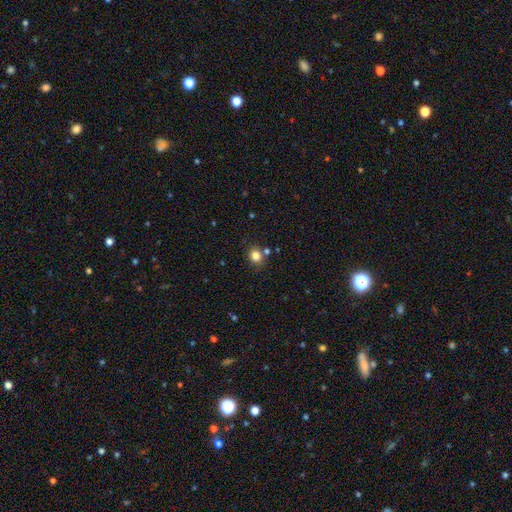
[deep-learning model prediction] Smooth or featured? Predicted: smooth (p=0.81). How rounded? Predicted: round (p=0.79). Merging? Predicted: none (p=0.76).